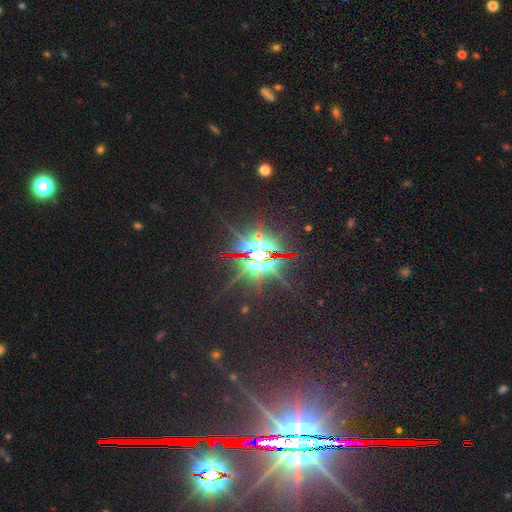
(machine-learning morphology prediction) star or artifact 81%, featured or disk 12%, smooth 7%.